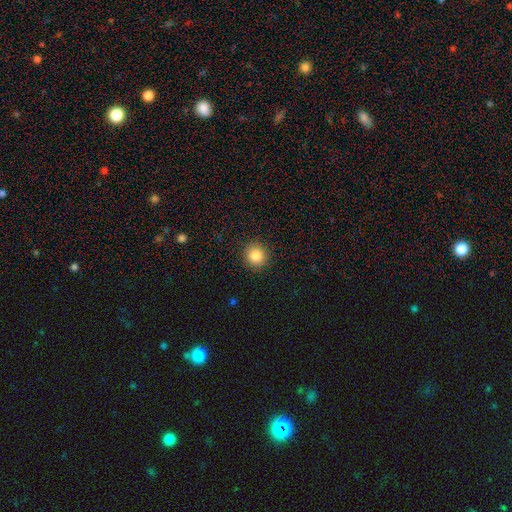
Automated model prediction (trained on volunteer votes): Smooth or featured? smooth (84%)
How rounded? round (91%)
Merging? none (91%)